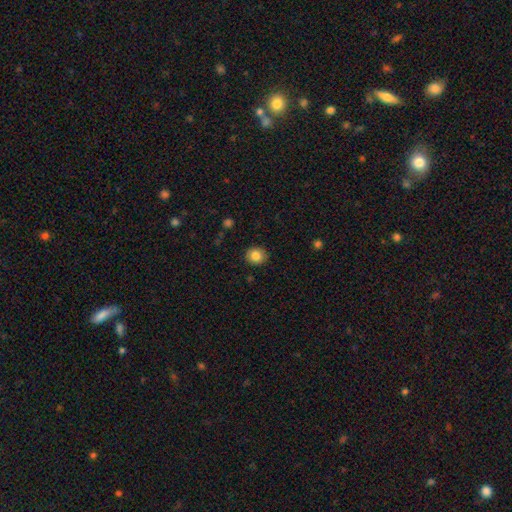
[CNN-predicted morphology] This is clearly a smooth galaxy (84%). How rounded: clearly round (83%). Merging: clearly none (90%).